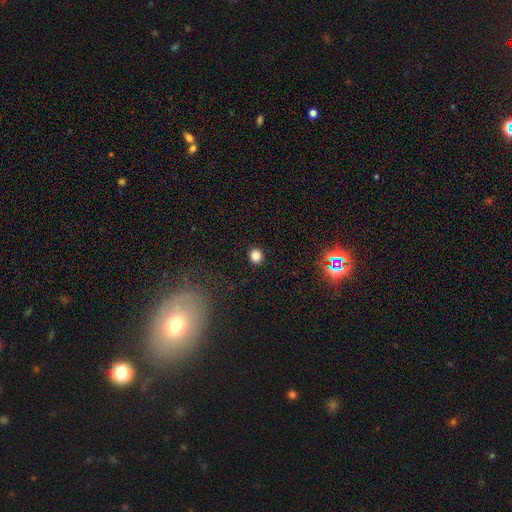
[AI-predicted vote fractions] Overall: smooth (83%). How rounded: round (81%). Merging: none (91%).